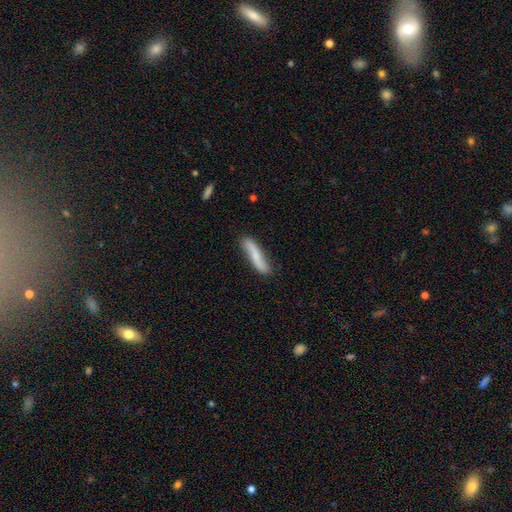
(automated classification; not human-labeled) Smooth or featured? smooth (56%)
How rounded? cigar-shaped (86%)
Merging? none (79%)